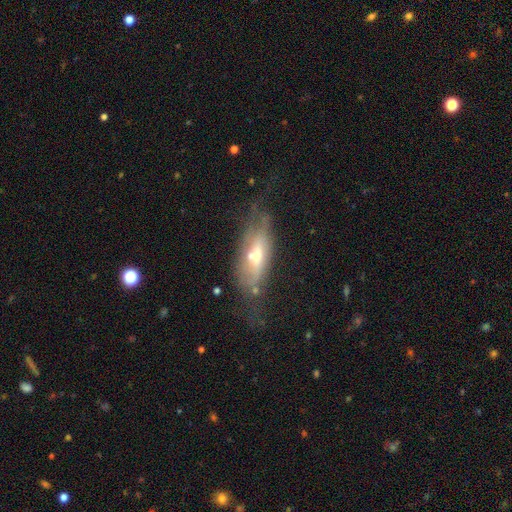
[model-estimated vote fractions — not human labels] The model was most divided on "edge-on disk": yes: 51%, no: 49%. More confident: smooth or featured — featured or disk (58%); merging — none (50%).